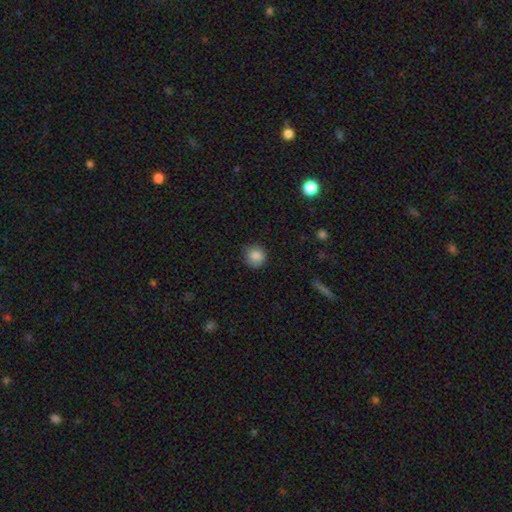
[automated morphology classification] Q: Smooth or featured?
A: smooth (85%); runner-up: star or artifact (9%)
Q: How rounded?
A: round (89%); runner-up: in between (10%)
Q: Merging?
A: none (81%); runner-up: minor disturbance (14%)